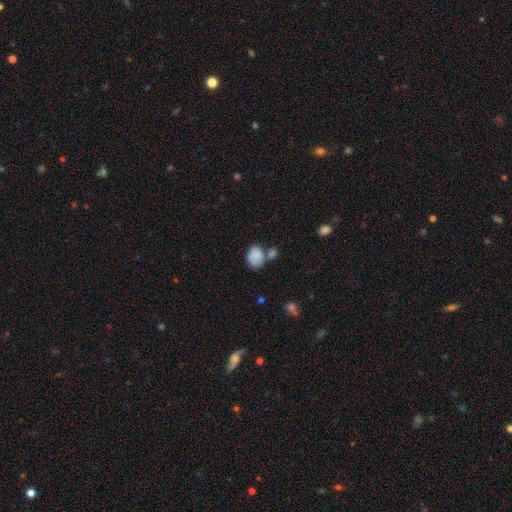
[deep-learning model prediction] smooth-or-featured: smooth: 77% | featured or disk: 14% | star or artifact: 9%
  how-rounded: in between: 57% | round: 42% | cigar-shaped: 1%
  merging: none: 41% | merger: 31% | minor disturbance: 20% | major disturbance: 8%